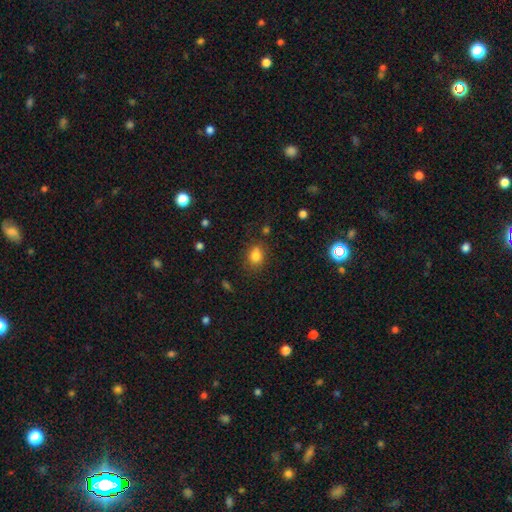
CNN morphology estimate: type=smooth (81%); roundness=in between (57%); merging=none (79%).